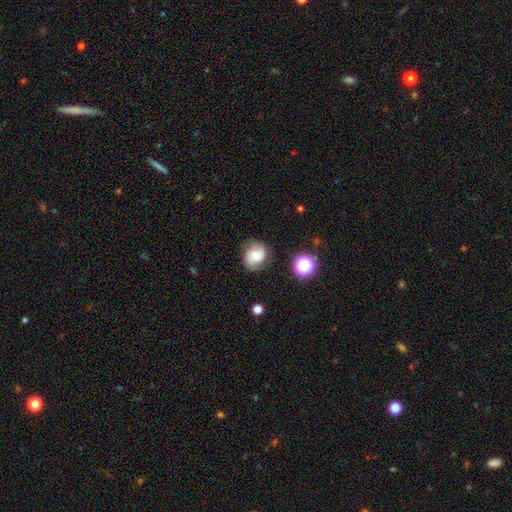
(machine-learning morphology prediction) Q: Smooth or featured?
A: smooth (48%); runner-up: featured or disk (41%)
Q: Merging?
A: none (75%); runner-up: minor disturbance (18%)